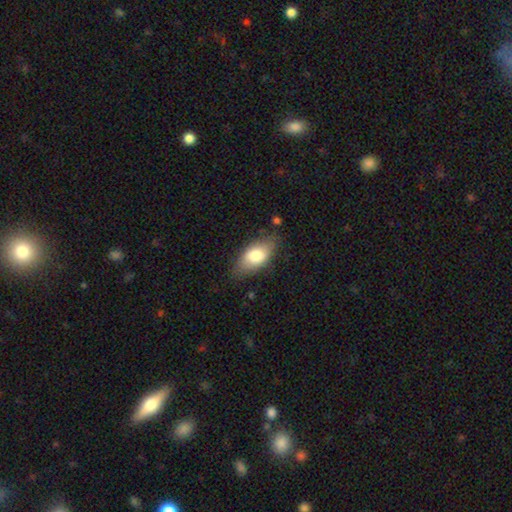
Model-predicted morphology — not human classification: Q: Smooth or featured?
A: smooth (77%); runner-up: featured or disk (17%)
Q: How rounded?
A: in between (90%); runner-up: cigar-shaped (6%)
Q: Merging?
A: none (76%); runner-up: minor disturbance (18%)